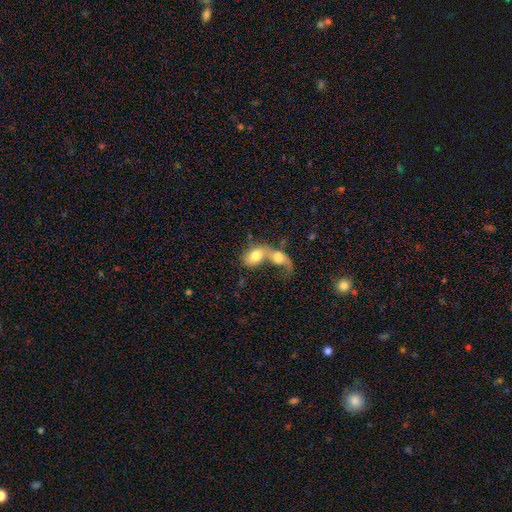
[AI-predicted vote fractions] Smooth or featured: smooth — 67% (featured or disk — 25%)
How rounded: in between — 73% (round — 25%)
Merging: merger — 81% (none — 8%)